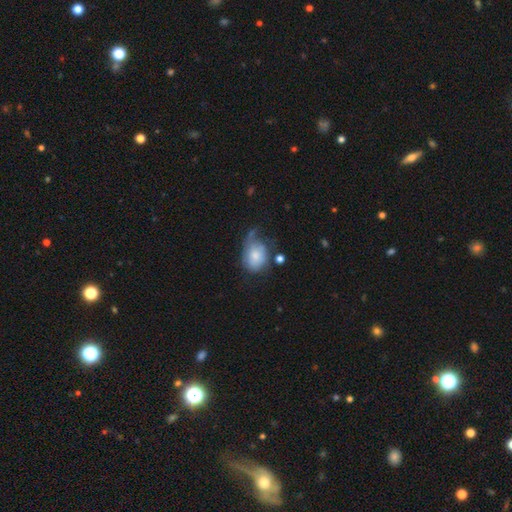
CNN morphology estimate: Overall: smooth (62%; featured or disk 30%). How rounded: in between (67%; round 32%). Merging: major disturbance (33%; minor disturbance 32%).